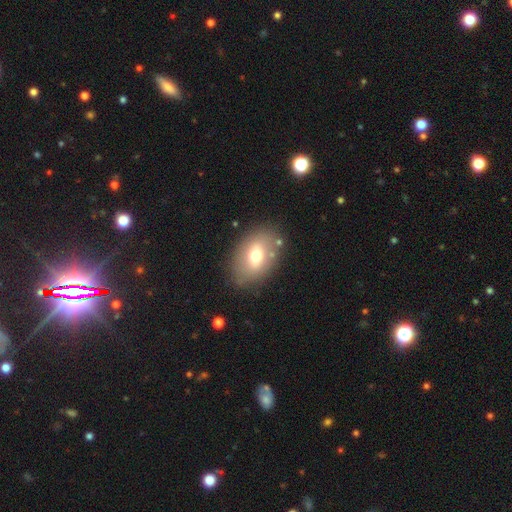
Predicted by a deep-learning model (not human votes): Q: Smooth or featured?
A: smooth (65%); runner-up: featured or disk (26%)
Q: How rounded?
A: in between (83%); runner-up: round (15%)
Q: Merging?
A: none (79%); runner-up: minor disturbance (13%)